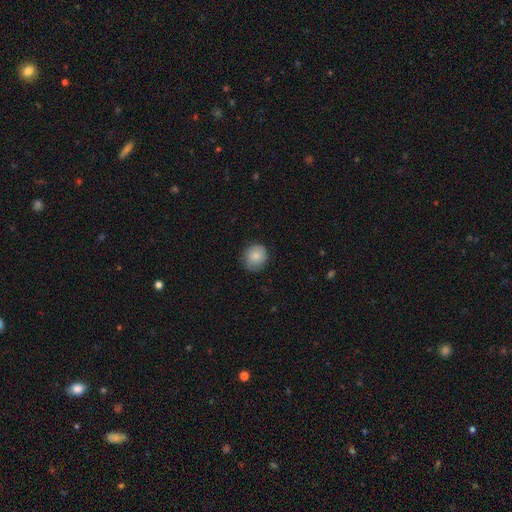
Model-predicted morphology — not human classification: smooth-or-featured: smooth: 83% | featured or disk: 9% | star or artifact: 8%
  how-rounded: round: 81% | in between: 18% | cigar-shaped: 1%
  merging: none: 79% | minor disturbance: 17% | major disturbance: 3% | merger: 1%